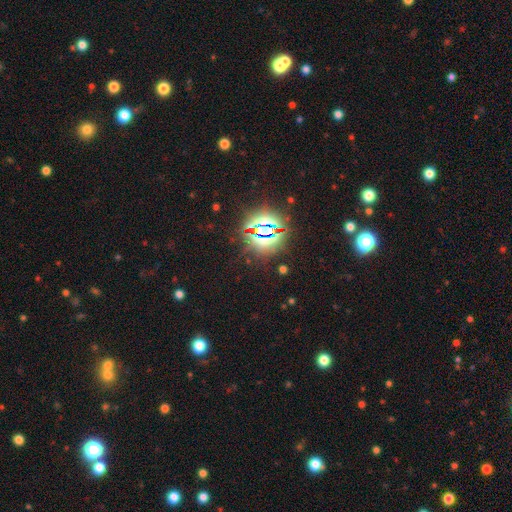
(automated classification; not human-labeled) This is clearly a star or artifact rather than a galaxy (84%).